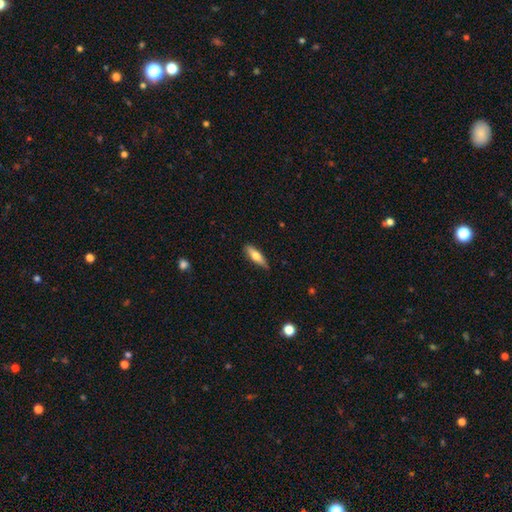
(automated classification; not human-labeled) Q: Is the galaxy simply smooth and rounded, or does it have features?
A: smooth — 62%.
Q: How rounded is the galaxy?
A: cigar-shaped — 58%.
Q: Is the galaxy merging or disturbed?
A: none — 82%.